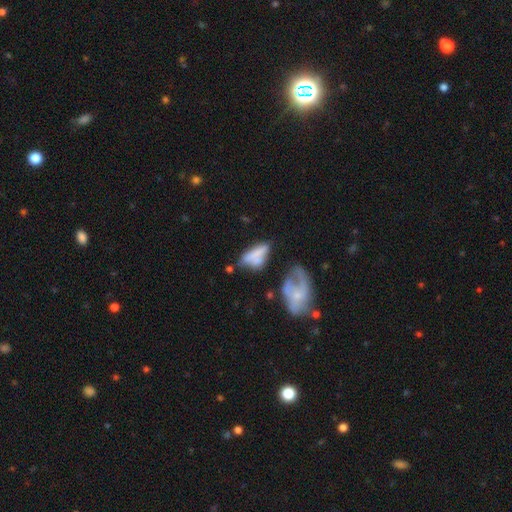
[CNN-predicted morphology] A smooth galaxy with no disk features (57%) that is in between round and cigar-shaped (71%).

Vote fractions:
- Smooth or featured? smooth: 57% / featured or disk: 33% / star or artifact: 10%
- How rounded? in between: 71% / cigar-shaped: 24% / round: 5%
- Merging? none: 33% / minor disturbance: 24% / merger: 23% / major disturbance: 20%